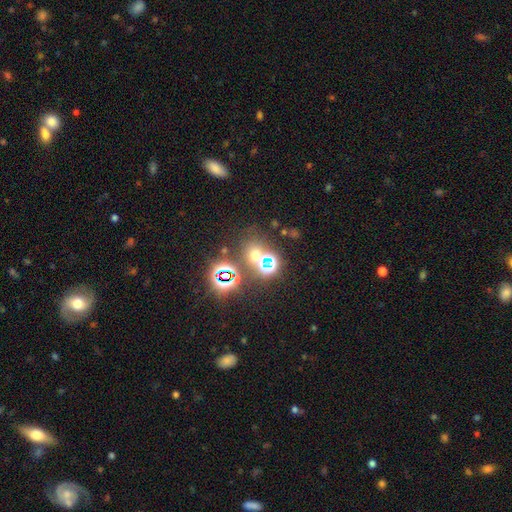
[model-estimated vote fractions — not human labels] A star or artifact, not a galaxy (48%).